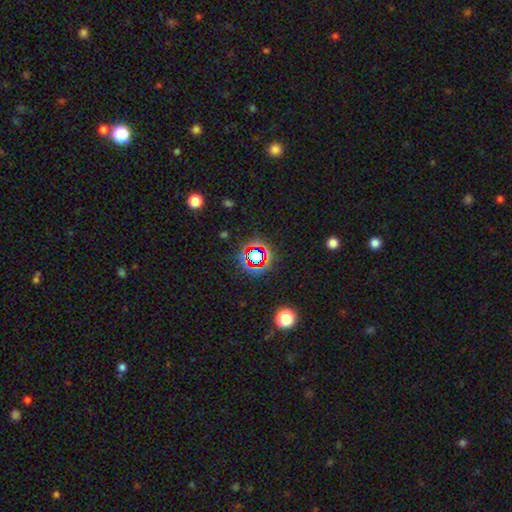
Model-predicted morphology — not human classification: smooth_or_featured: star or artifact (p=0.71) [alt: smooth p=0.18]